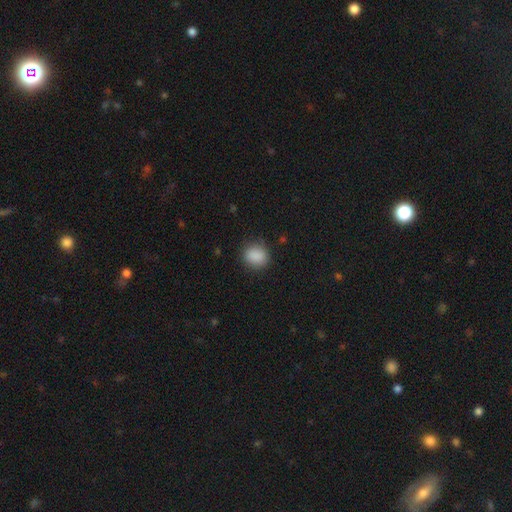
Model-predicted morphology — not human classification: Smooth or featured: smooth — 88% (star or artifact — 9%)
How rounded: round — 67% (in between — 32%)
Merging: none — 84% (minor disturbance — 11%)